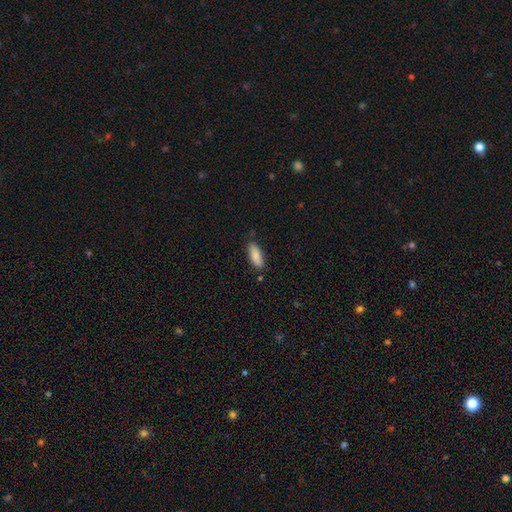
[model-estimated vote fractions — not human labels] This appears to be a smooth galaxy with no disk features (87%) that is in between round and cigar-shaped (71%). Merging: none (81%).